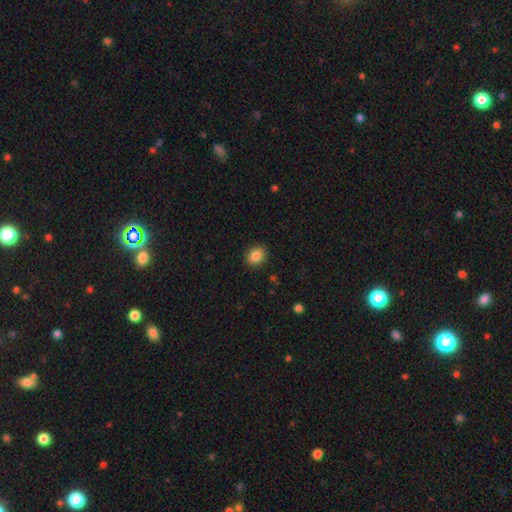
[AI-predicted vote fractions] smooth_or_featured: smooth (p=0.86) [alt: star or artifact p=0.09]
how_rounded: in between (p=0.53) [alt: round p=0.46]
merging: none (p=0.89) [alt: minor disturbance p=0.08]